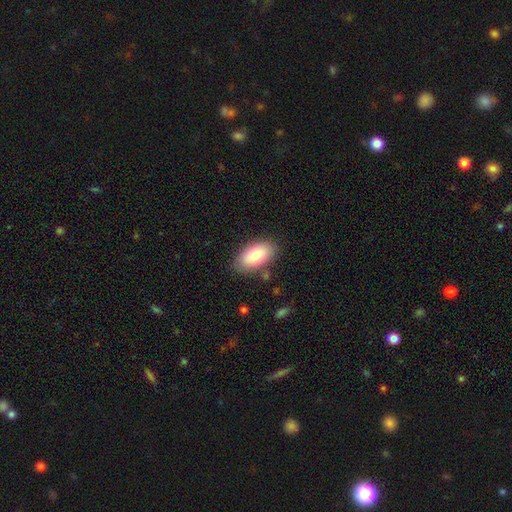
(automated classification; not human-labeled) This appears to be a smooth galaxy with no disk features (80%) that is in between round and cigar-shaped (94%). Merging: none (83%).